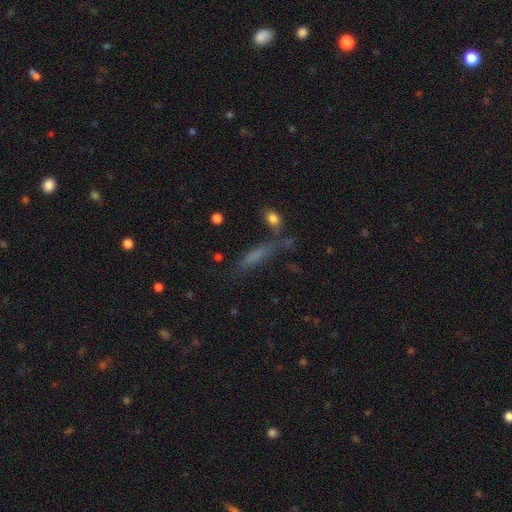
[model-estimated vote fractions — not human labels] Morphology: type=smooth (62%); roundness=cigar-shaped (74%); merging=none (58%).